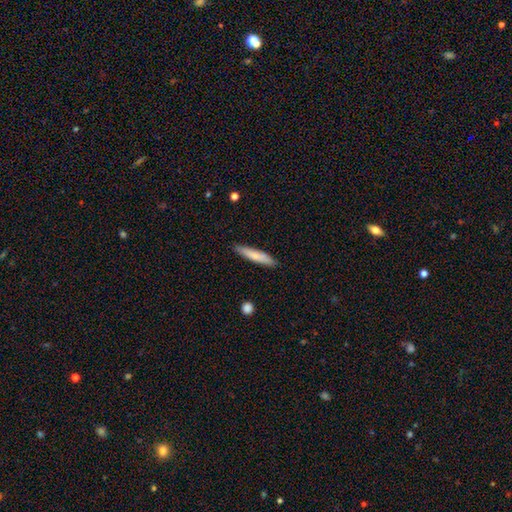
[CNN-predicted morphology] A smooth galaxy with no disk features (75%) that is cigar-shaped (90%). Merging: none (89%).